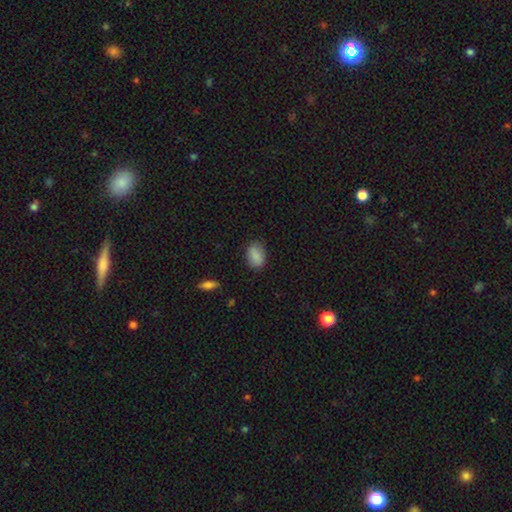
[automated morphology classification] smooth_or_featured: smooth (p=0.87) [alt: star or artifact p=0.08]
how_rounded: in between (p=0.86) [alt: round p=0.12]
merging: none (p=0.81) [alt: minor disturbance p=0.15]